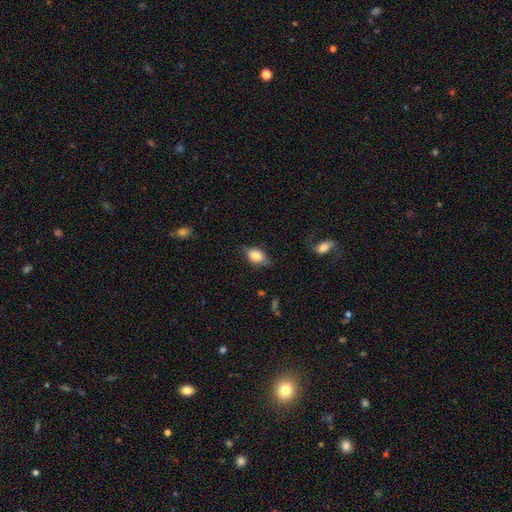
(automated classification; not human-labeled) This is likely a smooth galaxy (76%). How rounded: clearly in between (82%). Merging: likely none (71%).